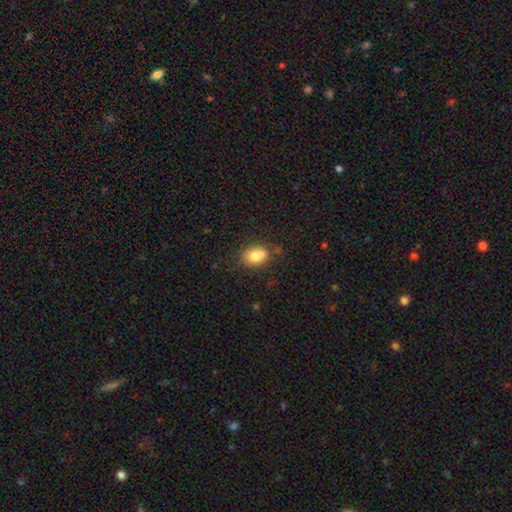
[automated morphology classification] Smooth or featured: smooth — 81% (featured or disk — 10%)
How rounded: in between — 75% (round — 23%)
Merging: none — 67% (minor disturbance — 20%)